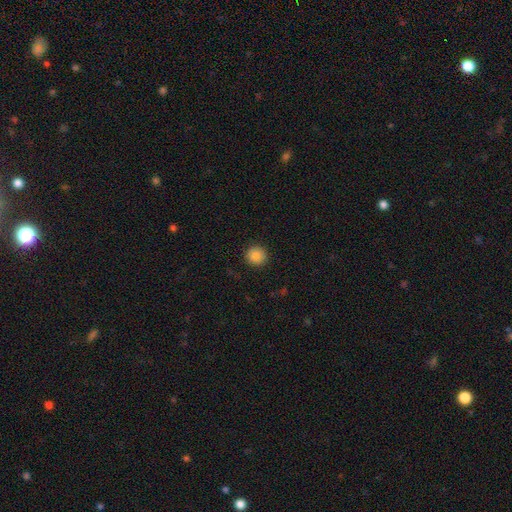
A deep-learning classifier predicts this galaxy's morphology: The model was most divided on "smooth or featured": smooth: 87%, star or artifact: 9%, featured or disk: 4%. More confident: how rounded — round (92%); merging — none (91%).